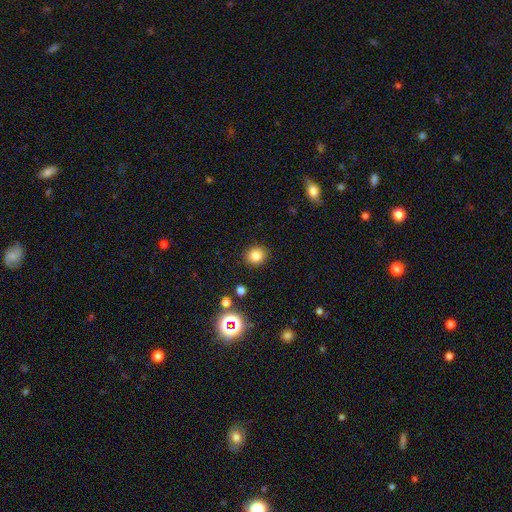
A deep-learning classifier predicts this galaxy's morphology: smooth-or-featured: smooth: 80% | star or artifact: 14% | featured or disk: 6%
  how-rounded: round: 82% | in between: 17% | cigar-shaped: 1%
  merging: none: 89% | minor disturbance: 7% | major disturbance: 2% | merger: 2%